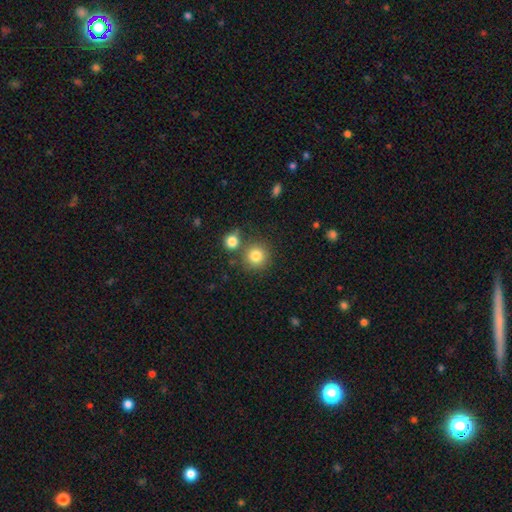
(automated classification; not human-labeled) Smooth or featured?
  - smooth: 82% *
  - star or artifact: 11%
  - featured or disk: 7%
How rounded?
  - round: 92% *
  - in between: 7%
  - cigar-shaped: 1%
Merging?
  - none: 73% *
  - merger: 15%
  - minor disturbance: 8%
  - major disturbance: 3%